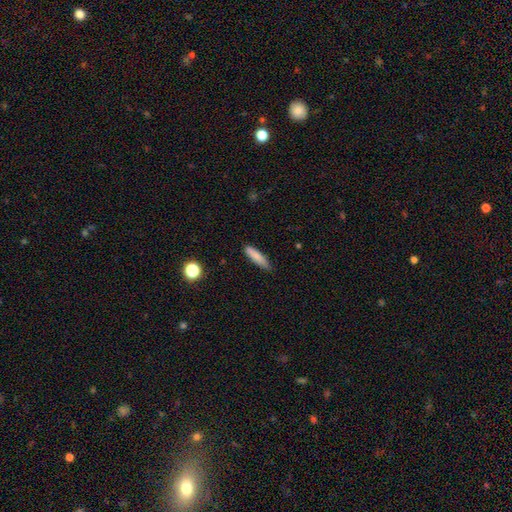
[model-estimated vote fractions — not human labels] Morphology: type=smooth (81%); roundness=cigar-shaped (74%); merging=none (79%).